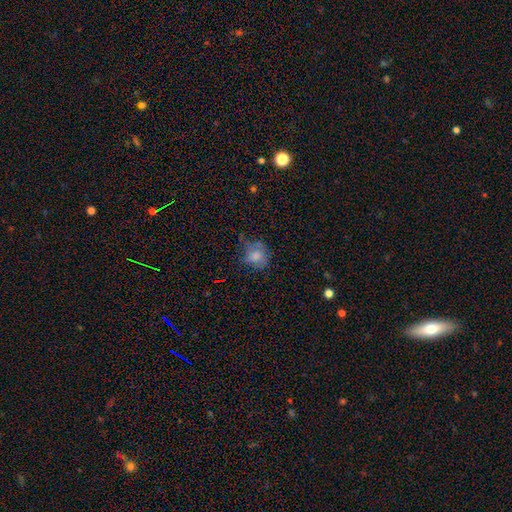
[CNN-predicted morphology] Smooth or featured? smooth (72%)
How rounded? round (72%)
Merging? none (56%)